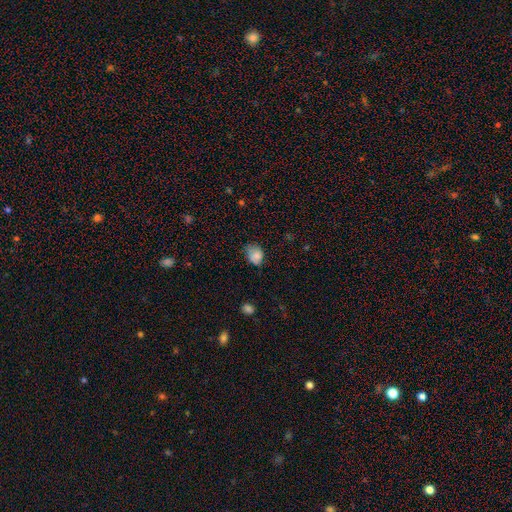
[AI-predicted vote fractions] Smooth or featured? Predicted: smooth (p=0.79). How rounded? Predicted: in between (p=0.52). Merging? Predicted: none (p=0.55).